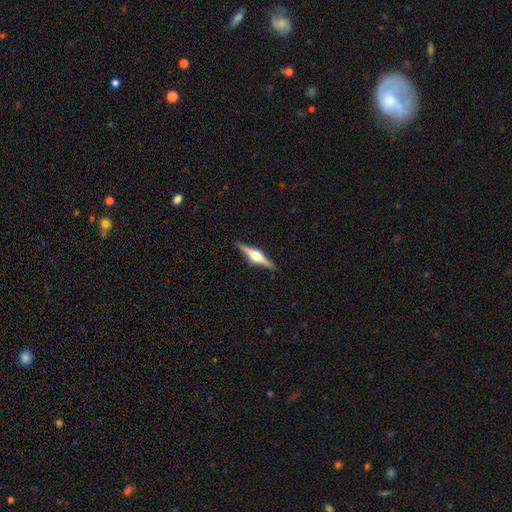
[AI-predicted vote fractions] Q: Smooth or featured?
A: featured or disk (81%); runner-up: smooth (14%)
Q: Edge-on disk?
A: yes (98%); runner-up: no (2%)
Q: Edge-on bulge?
A: rounded (95%); runner-up: boxy (4%)
Q: Merging?
A: none (91%); runner-up: minor disturbance (6%)